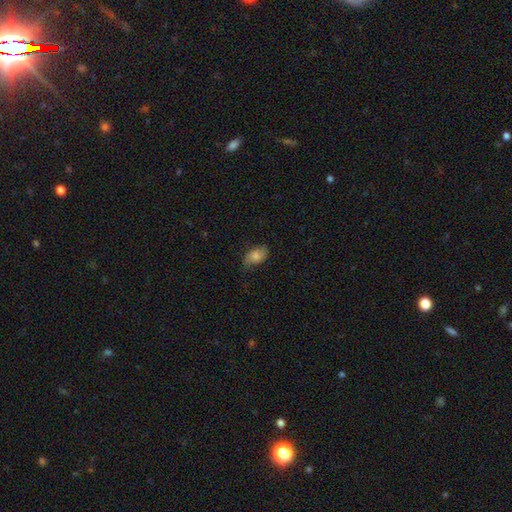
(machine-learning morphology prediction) Smooth or featured? smooth (73%)
How rounded? in between (90%)
Merging? none (68%)